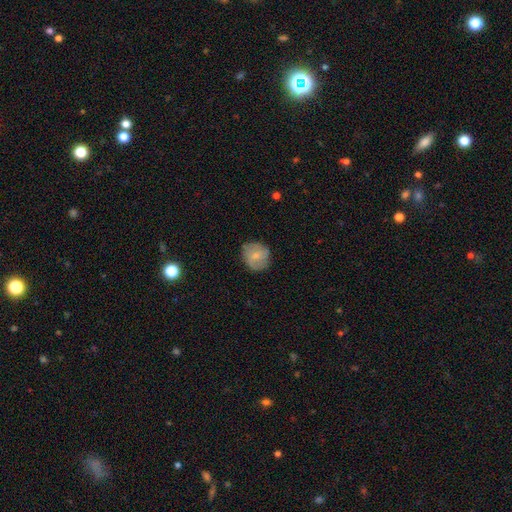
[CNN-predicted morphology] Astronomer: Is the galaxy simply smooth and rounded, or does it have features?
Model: smooth — 64%.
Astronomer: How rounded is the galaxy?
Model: round — 80%.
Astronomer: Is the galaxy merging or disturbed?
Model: none — 72%.